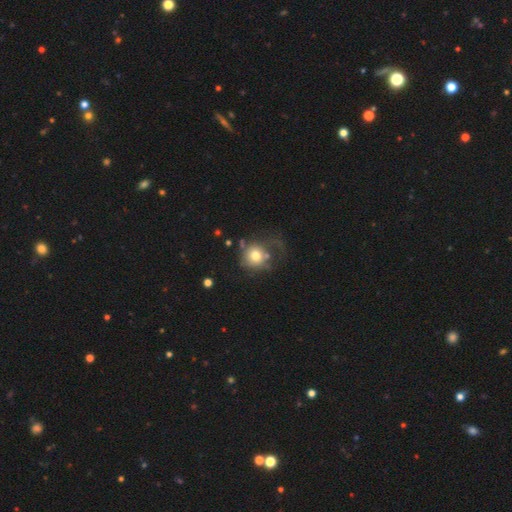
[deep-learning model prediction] A smooth galaxy with no disk features (68%) that is round (86%). Merging: none (40%).